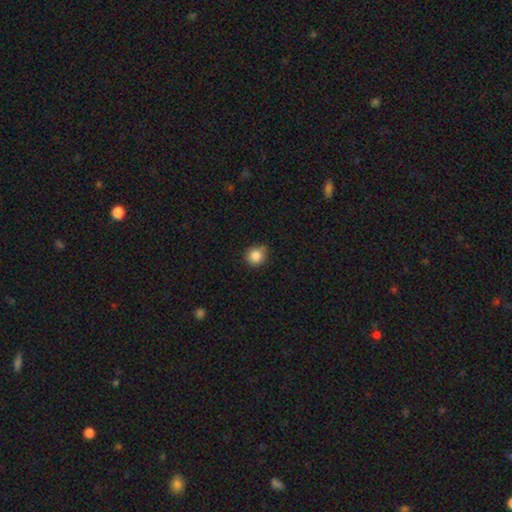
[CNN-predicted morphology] This appears to be a smooth galaxy with no disk features (85%) that is round (88%). Merging: none (74%).